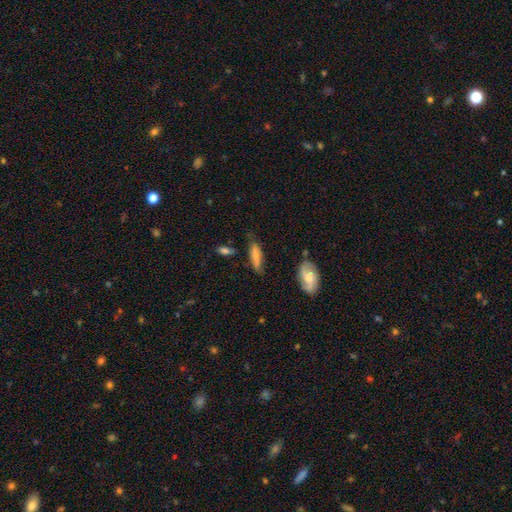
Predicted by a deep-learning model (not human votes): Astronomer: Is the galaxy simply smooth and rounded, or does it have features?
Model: smooth — 68%.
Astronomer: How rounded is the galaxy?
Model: in between — 49%, tied with cigar-shaped at 49%.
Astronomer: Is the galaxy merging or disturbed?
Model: none — 63%.